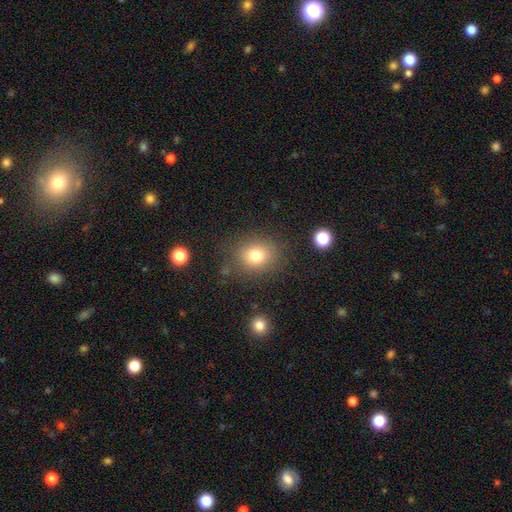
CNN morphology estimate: type=smooth (78%); roundness=round (66%); merging=none (81%).